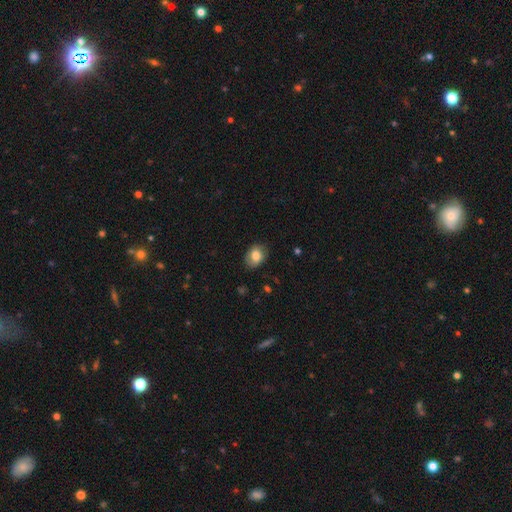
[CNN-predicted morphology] Overall: smooth (80%). How rounded: in between (69%; round 30%). Merging: none (81%).